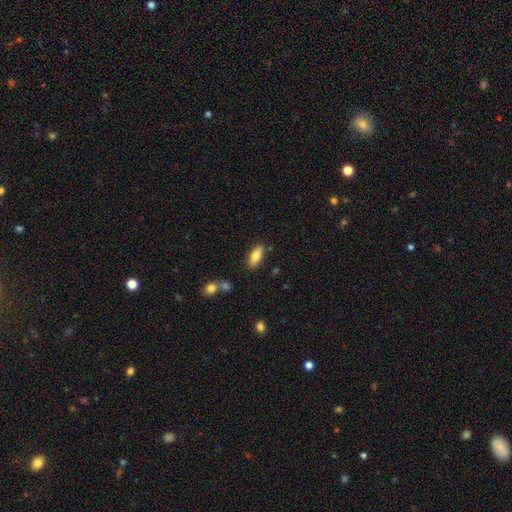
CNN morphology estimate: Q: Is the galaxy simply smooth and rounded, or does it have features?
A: smooth — 76%.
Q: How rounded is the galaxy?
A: in between — 77%.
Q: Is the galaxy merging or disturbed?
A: none — 84%.